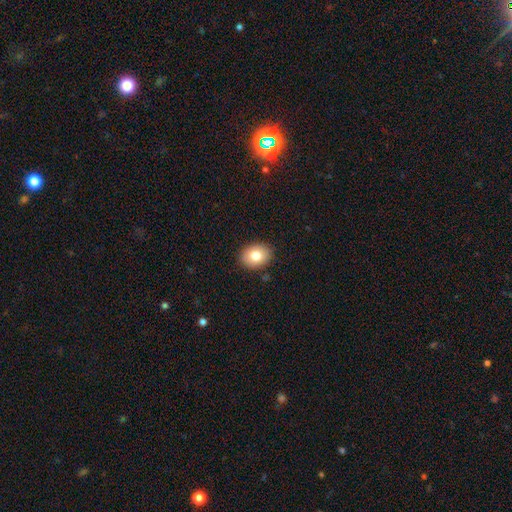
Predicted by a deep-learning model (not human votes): smooth 81%, featured or disk 10%, star or artifact 9%. Down the decision tree: how rounded — in between (63%); merging — none (89%).